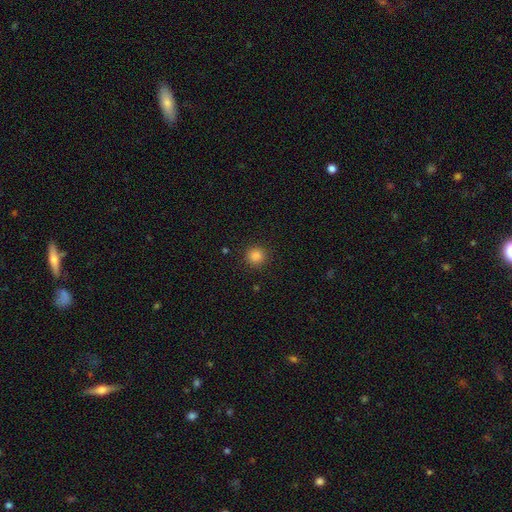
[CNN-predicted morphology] smooth_or_featured: smooth (p=0.86) [alt: star or artifact p=0.12]
how_rounded: round (p=0.94) [alt: in between p=0.05]
merging: none (p=0.90) [alt: minor disturbance p=0.06]